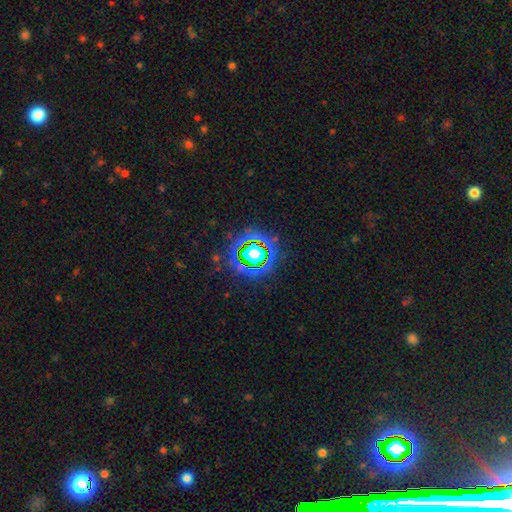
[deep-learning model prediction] Morphology: type=star or artifact (67%).